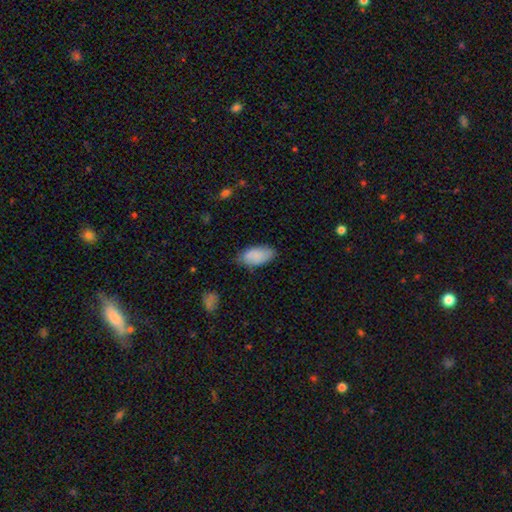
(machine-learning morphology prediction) smooth_or_featured: smooth (p=0.87) [alt: featured or disk p=0.07]
how_rounded: in between (p=0.94) [alt: cigar-shaped p=0.03]
merging: none (p=0.71) [alt: minor disturbance p=0.23]